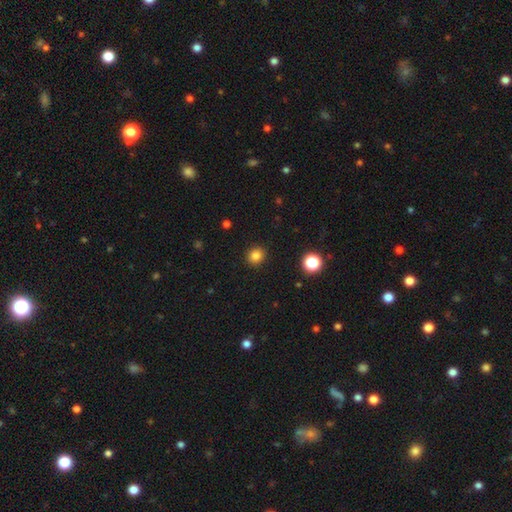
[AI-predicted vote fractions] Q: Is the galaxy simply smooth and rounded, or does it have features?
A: smooth — 83%.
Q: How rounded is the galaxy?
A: round — 85%.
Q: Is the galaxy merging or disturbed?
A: none — 91%.